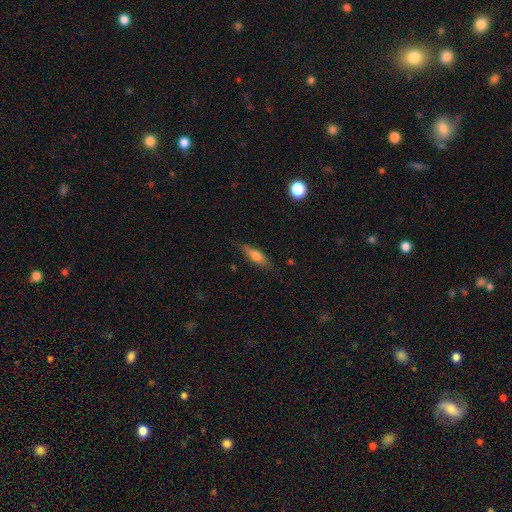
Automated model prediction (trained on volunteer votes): Smooth or featured? smooth (68%)
How rounded? cigar-shaped (51%)
Merging? none (78%)